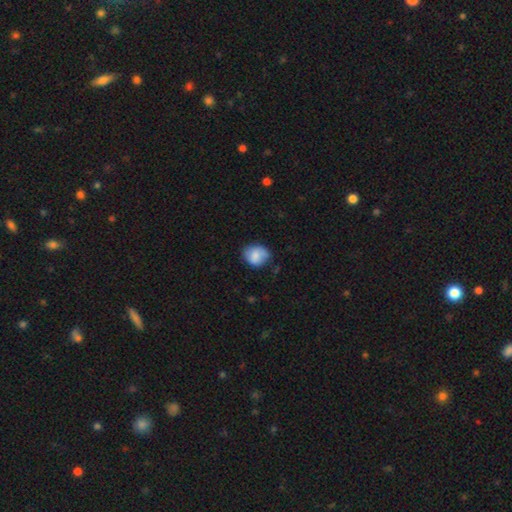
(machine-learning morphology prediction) smooth 76%, featured or disk 16%, star or artifact 8%. Down the decision tree: how rounded — round (60%); merging — none (61%).